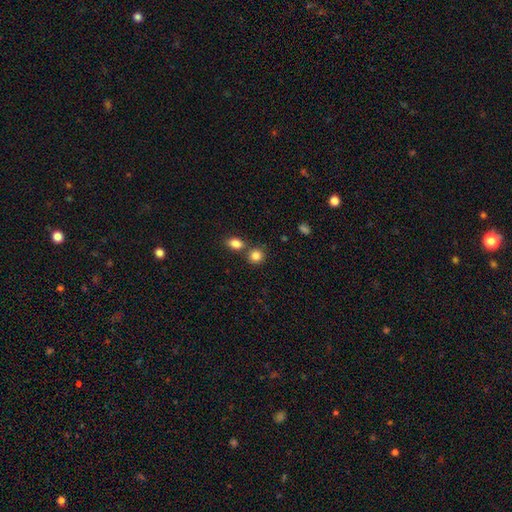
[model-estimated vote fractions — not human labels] smooth_or_featured: smooth (p=0.84) [alt: star or artifact p=0.10]
how_rounded: round (p=0.79) [alt: in between p=0.20]
merging: none (p=0.64) [alt: merger p=0.24]